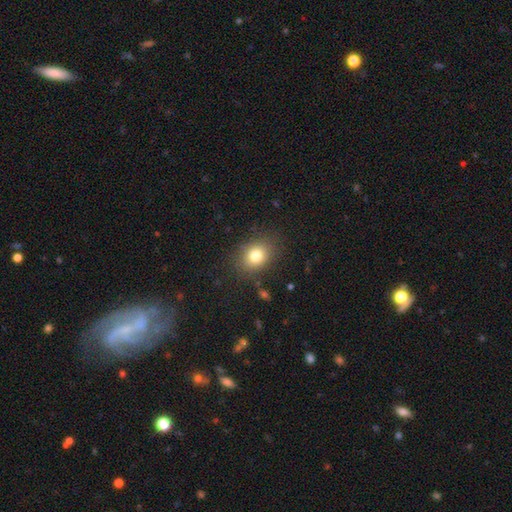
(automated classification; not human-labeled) smooth-or-featured: smooth: 79% | star or artifact: 12% | featured or disk: 9%
  how-rounded: in between: 51% | round: 48% | cigar-shaped: 1%
  merging: none: 84% | minor disturbance: 11% | major disturbance: 4% | merger: 2%